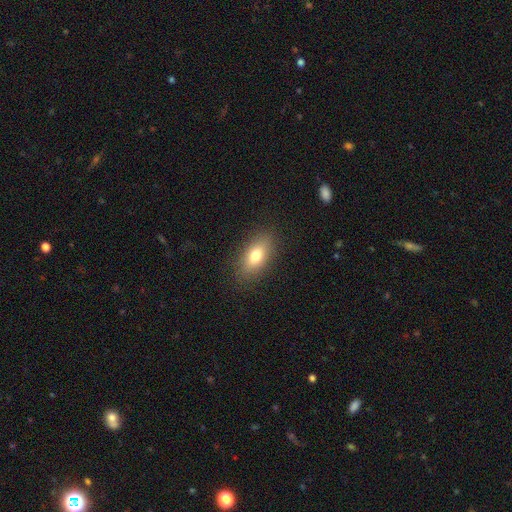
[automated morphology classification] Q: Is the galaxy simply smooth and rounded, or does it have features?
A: smooth — 74%.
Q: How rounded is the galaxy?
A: in between — 83%.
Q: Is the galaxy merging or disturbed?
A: none — 87%.